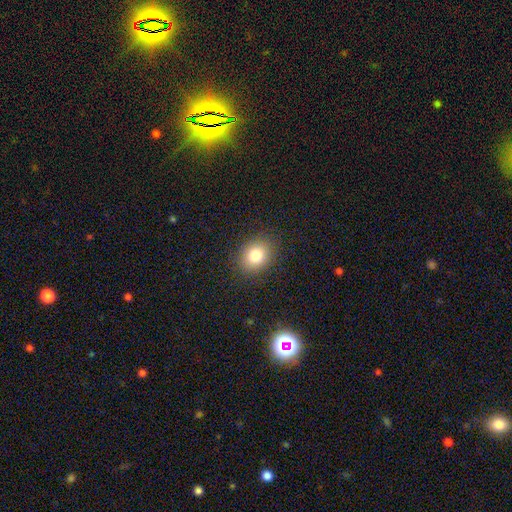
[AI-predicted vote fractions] smooth-or-featured: smooth: 80% | star or artifact: 11% | featured or disk: 8%
  how-rounded: round: 54% | in between: 45% | cigar-shaped: 1%
  merging: none: 88% | minor disturbance: 8% | major disturbance: 3% | merger: 1%